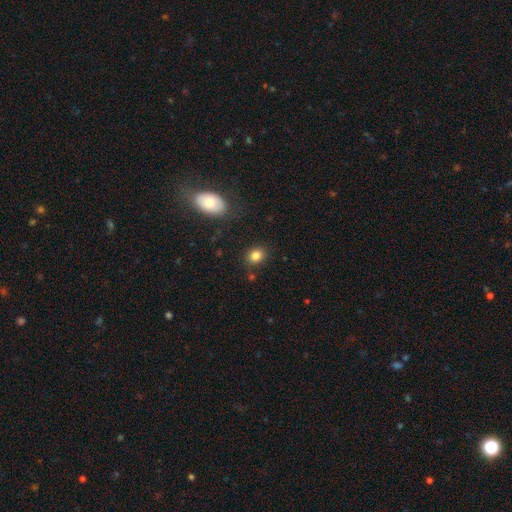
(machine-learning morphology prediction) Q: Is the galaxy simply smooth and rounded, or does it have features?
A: smooth — 82%.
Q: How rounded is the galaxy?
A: round — 57%.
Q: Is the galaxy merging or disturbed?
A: none — 83%.